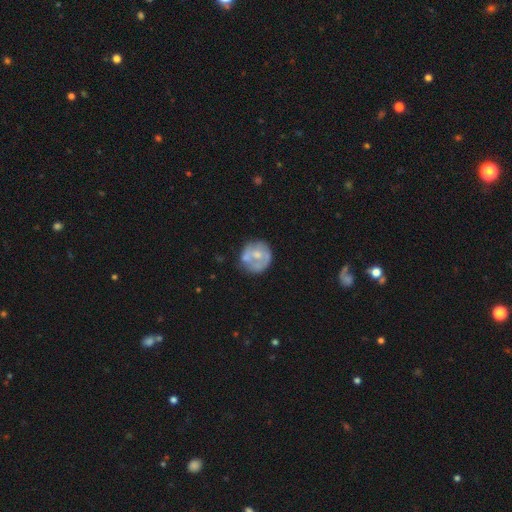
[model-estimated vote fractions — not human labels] A featured or disk galaxy (47%).

Vote fractions:
- Smooth or featured? featured or disk: 47% / smooth: 46% / star or artifact: 7%
- Merging? none: 58% / minor disturbance: 23% / major disturbance: 11% / merger: 8%